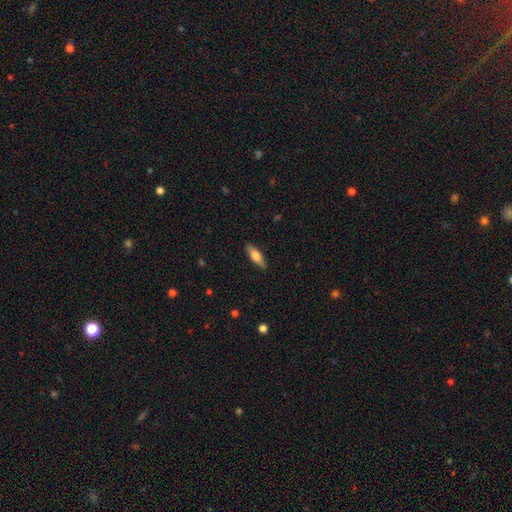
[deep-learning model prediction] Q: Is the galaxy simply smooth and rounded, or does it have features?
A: smooth — 68%.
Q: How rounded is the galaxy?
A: cigar-shaped — 49%.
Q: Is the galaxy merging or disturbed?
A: none — 89%.